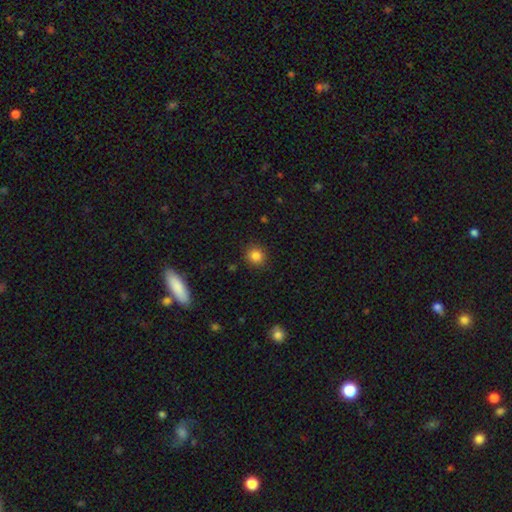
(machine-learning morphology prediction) A smooth galaxy with no disk features (84%) that is round (86%).

Vote fractions:
- Smooth or featured? smooth: 84% / star or artifact: 11% / featured or disk: 5%
- How rounded? round: 86% / in between: 13% / cigar-shaped: 1%
- Merging? none: 88% / minor disturbance: 9% / major disturbance: 2% / merger: 1%